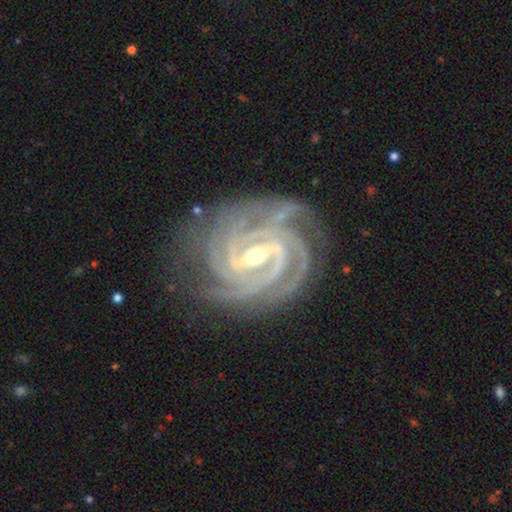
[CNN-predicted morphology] Q: Smooth or featured?
A: featured or disk (93%); runner-up: star or artifact (4%)
Q: Edge-on disk?
A: no (98%); runner-up: yes (2%)
Q: Bar?
A: strong (61%); runner-up: weak (31%)
Q: Spiral arms?
A: yes (99%); runner-up: no (1%)
Q: Spiral winding?
A: tight (81%); runner-up: medium (17%)
Q: Spiral arm count?
A: 4 (38%); runner-up: 3 (28%)
Q: Bulge size?
A: moderate (48%); tied with: small (48%)
Q: Merging?
A: none (81%); runner-up: minor disturbance (14%)